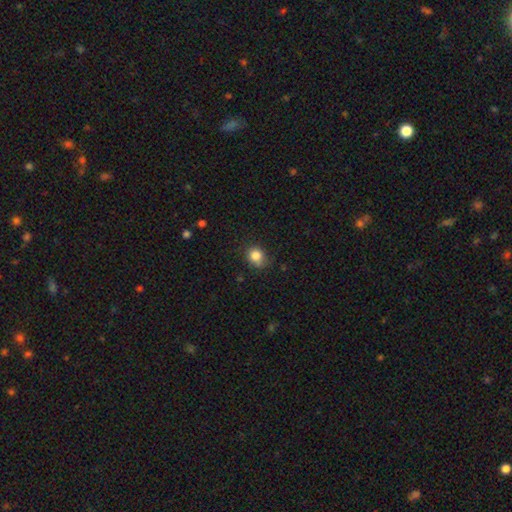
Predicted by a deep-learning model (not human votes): smooth 83%, star or artifact 11%, featured or disk 6%. Down the decision tree: how rounded — round (71%); merging — none (70%).